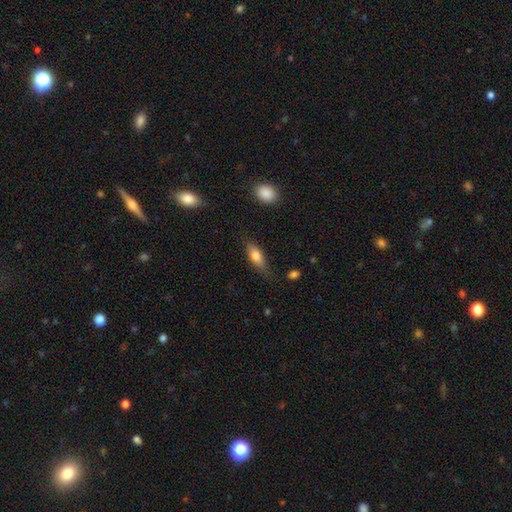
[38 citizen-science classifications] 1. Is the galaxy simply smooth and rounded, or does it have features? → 71% smooth, 21% featured or disk, 8% star or artifact.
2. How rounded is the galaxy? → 74% in between, 22% cigar-shaped, 4% round.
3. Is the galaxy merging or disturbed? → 66% none, 23% minor disturbance, 9% major disturbance, 3% merger.